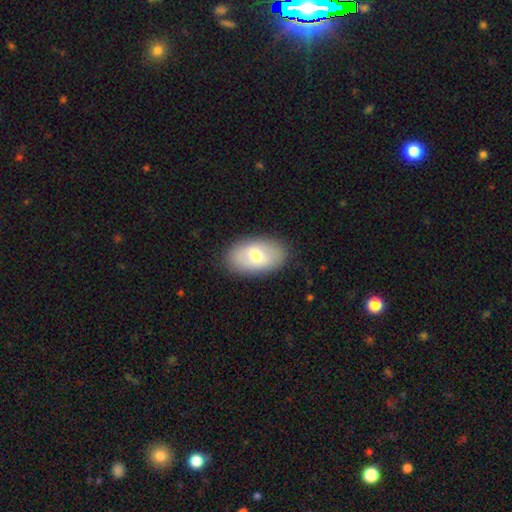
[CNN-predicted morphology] Smooth or featured? smooth (68%)
How rounded? in between (93%)
Merging? none (87%)